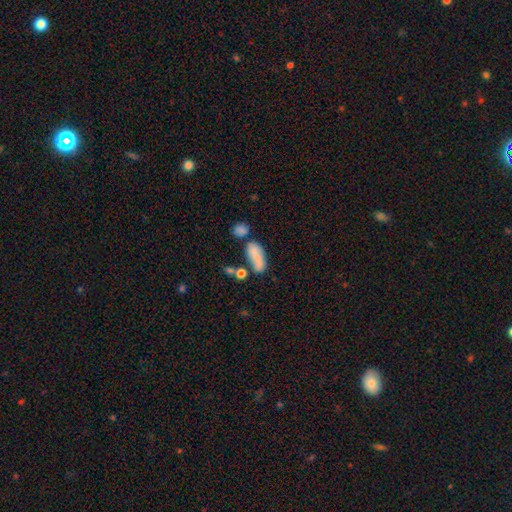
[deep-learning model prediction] Morphology: type=smooth (71%); roundness=in between (79%); merging=none (43%).